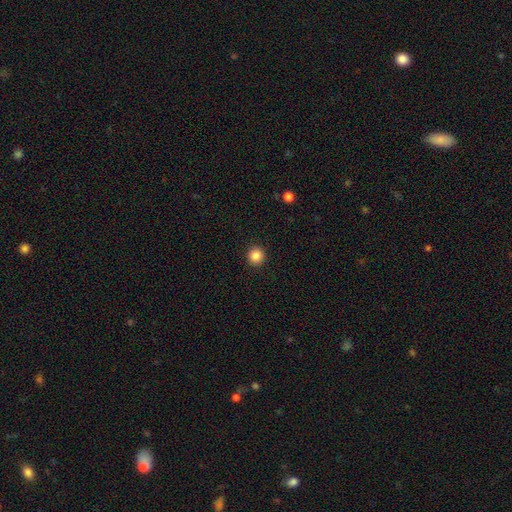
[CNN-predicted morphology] The model was most divided on "smooth or featured": smooth: 86%, star or artifact: 10%, featured or disk: 4%. More confident: how rounded — round (94%); merging — none (93%).